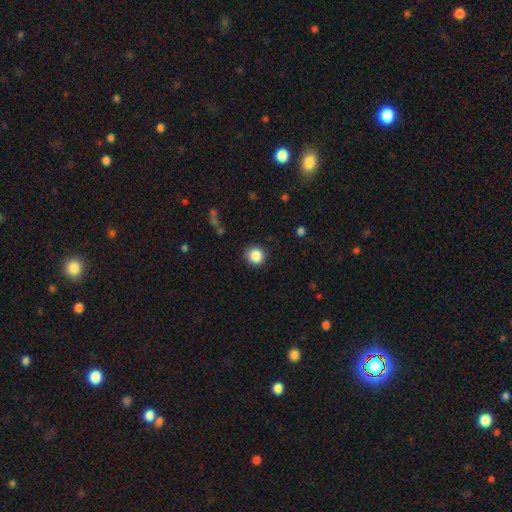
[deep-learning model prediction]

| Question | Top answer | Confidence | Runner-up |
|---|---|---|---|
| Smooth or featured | smooth | 86% | star or artifact (10%) |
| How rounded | round | 92% | in between (7%) |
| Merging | none | 89% | minor disturbance (8%) |